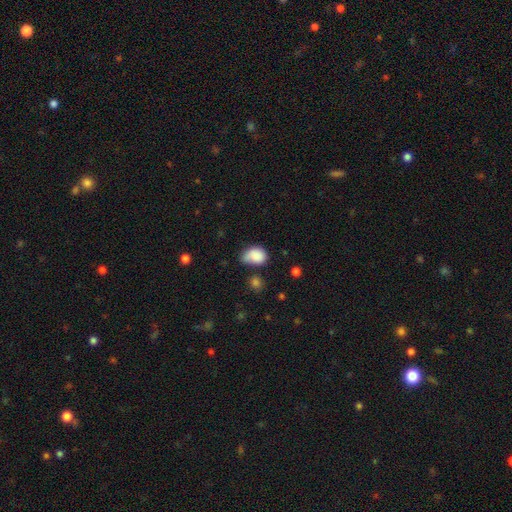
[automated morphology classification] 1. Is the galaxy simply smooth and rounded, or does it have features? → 83% smooth, 8% featured or disk, 8% star or artifact.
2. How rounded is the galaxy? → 69% in between, 30% round, 1% cigar-shaped.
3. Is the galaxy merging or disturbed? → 37% none (tied), 37% minor disturbance (tied), 16% major disturbance, 10% merger.